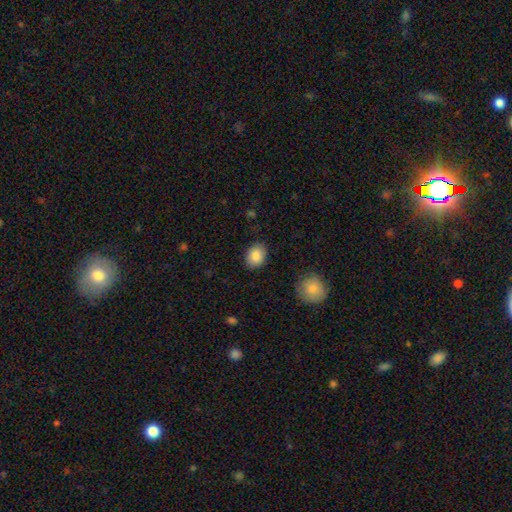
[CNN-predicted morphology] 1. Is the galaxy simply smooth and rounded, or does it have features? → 87% smooth, 7% star or artifact, 6% featured or disk.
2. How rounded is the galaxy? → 60% in between, 39% round, 1% cigar-shaped.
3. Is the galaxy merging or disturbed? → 85% none, 11% minor disturbance, 3% major disturbance, 1% merger.